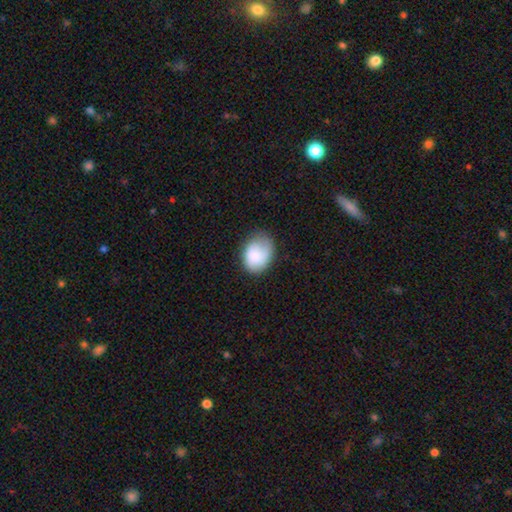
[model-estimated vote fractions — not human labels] Overall: smooth (81%). How rounded: in between (64%; round 36%). Merging: none (57%; minor disturbance 31%).